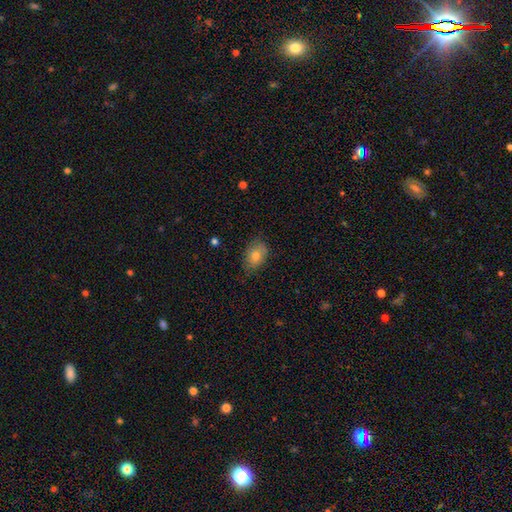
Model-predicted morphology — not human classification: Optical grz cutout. It shows a smooth galaxy with no disk features (78%) that is in between round and cigar-shaped (81%). Merging: none (75%).